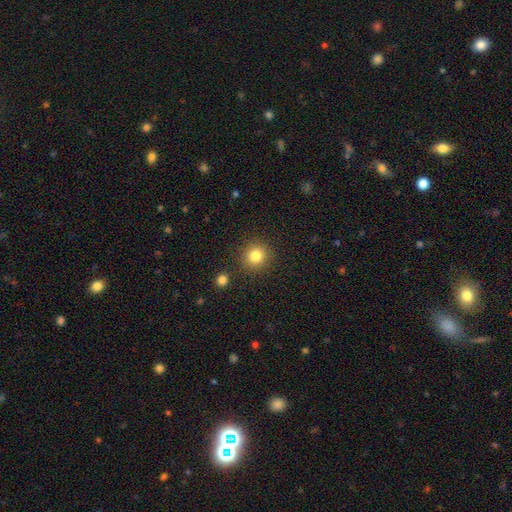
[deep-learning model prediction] The model was most divided on "smooth or featured": smooth: 82%, star or artifact: 12%, featured or disk: 6%. More confident: how rounded — round (90%); merging — none (88%).